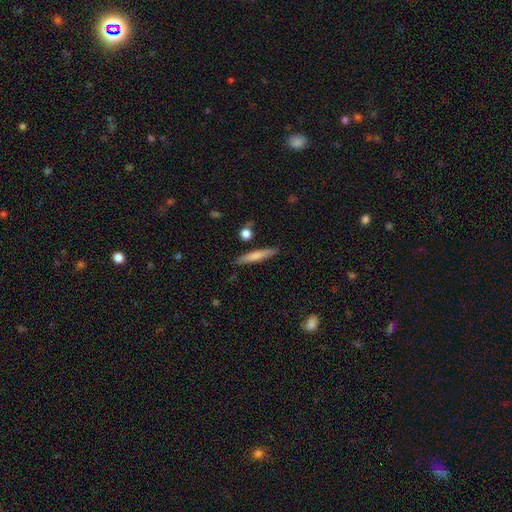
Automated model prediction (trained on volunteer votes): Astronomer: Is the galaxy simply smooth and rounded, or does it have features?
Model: smooth — 66%.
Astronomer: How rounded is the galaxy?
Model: cigar-shaped — 92%.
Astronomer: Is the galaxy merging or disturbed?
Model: none — 85%.